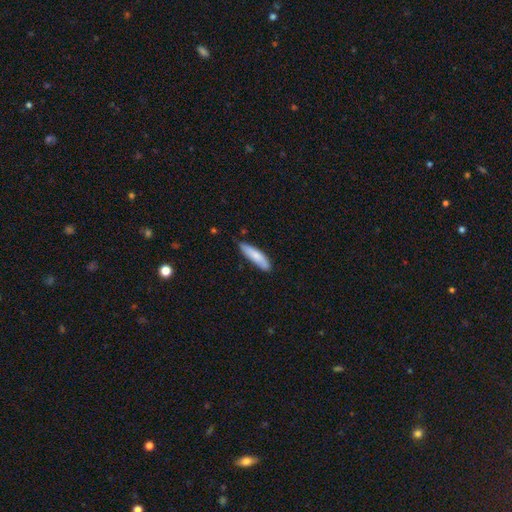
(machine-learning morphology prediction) Smooth or featured: smooth — 79% (featured or disk — 15%)
How rounded: cigar-shaped — 69% (in between — 29%)
Merging: none — 74% (minor disturbance — 21%)